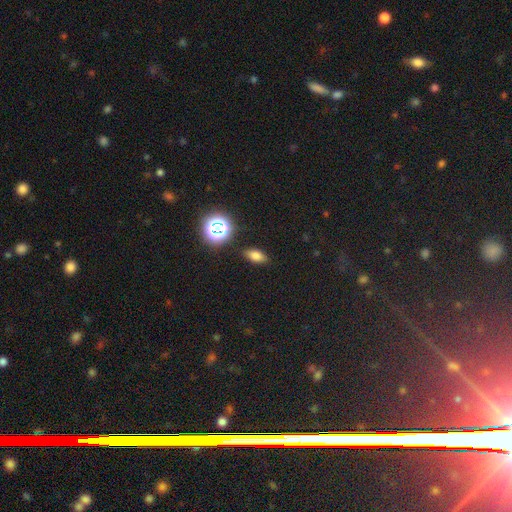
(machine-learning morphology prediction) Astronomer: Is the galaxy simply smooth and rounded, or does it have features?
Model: smooth — 72%.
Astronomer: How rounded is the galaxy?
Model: in between — 82%.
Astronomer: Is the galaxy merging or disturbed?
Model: none — 86%.